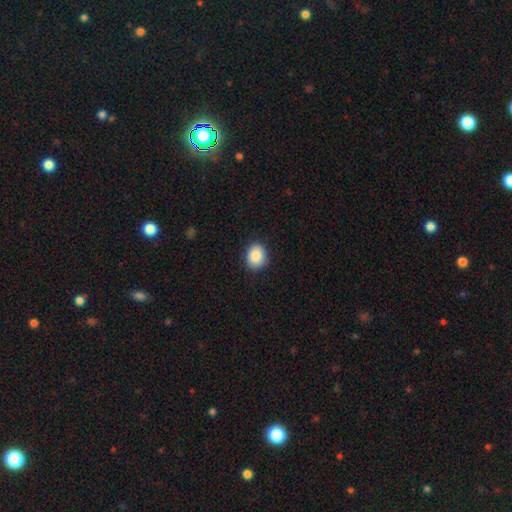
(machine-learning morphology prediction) Smooth or featured?
  - smooth: 88% *
  - star or artifact: 8%
  - featured or disk: 4%
How rounded?
  - round: 60% *
  - in between: 40%
  - cigar-shaped: 1%
Merging?
  - none: 87% *
  - minor disturbance: 10%
  - major disturbance: 2%
  - merger: 1%